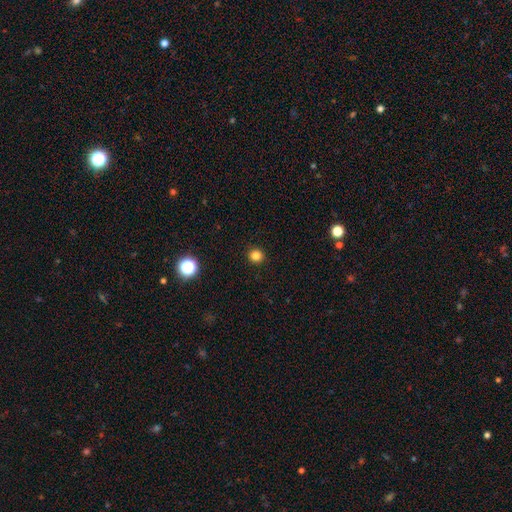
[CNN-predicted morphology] smooth_or_featured: smooth (p=0.83) [alt: star or artifact p=0.14]
how_rounded: round (p=0.93) [alt: in between p=0.07]
merging: none (p=0.93) [alt: minor disturbance p=0.05]